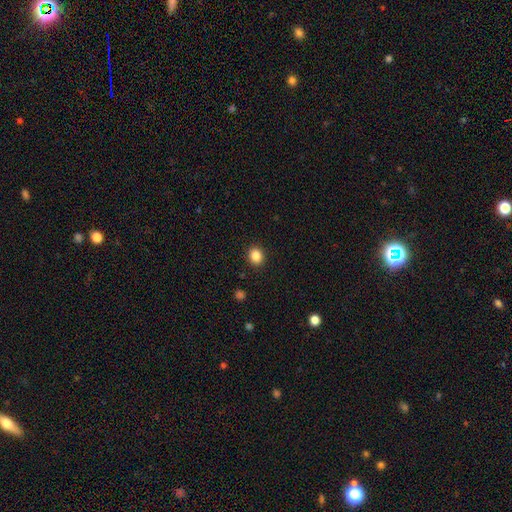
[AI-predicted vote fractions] This appears to be a smooth galaxy with no disk features (86%) that is round (65%). Merging: none (91%).